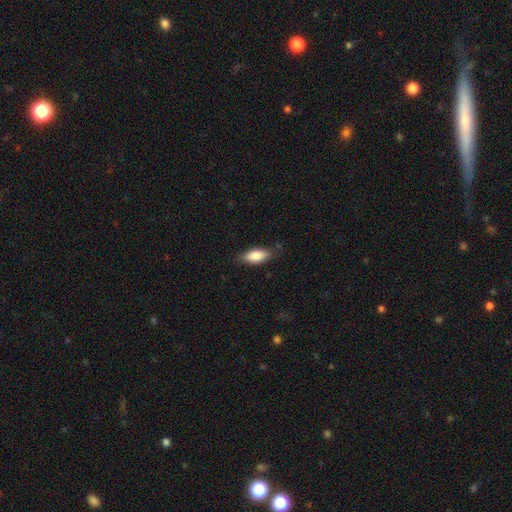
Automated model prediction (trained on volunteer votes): A smooth galaxy with no disk features (84%) that is in between round and cigar-shaped (83%). Merging: none (79%).